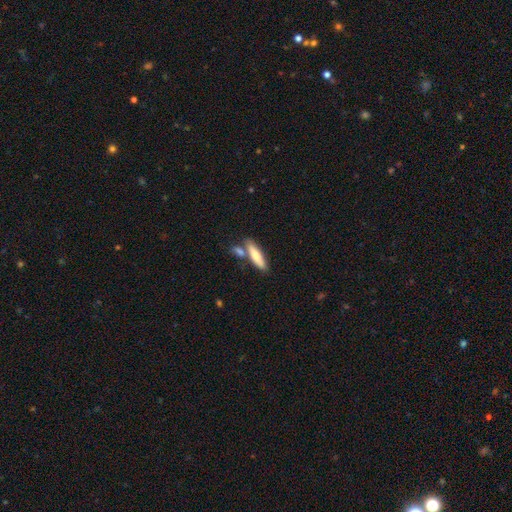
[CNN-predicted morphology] smooth 71%, featured or disk 24%, star or artifact 6%. Down the decision tree: how rounded — cigar-shaped (68%); merging — none (61%).